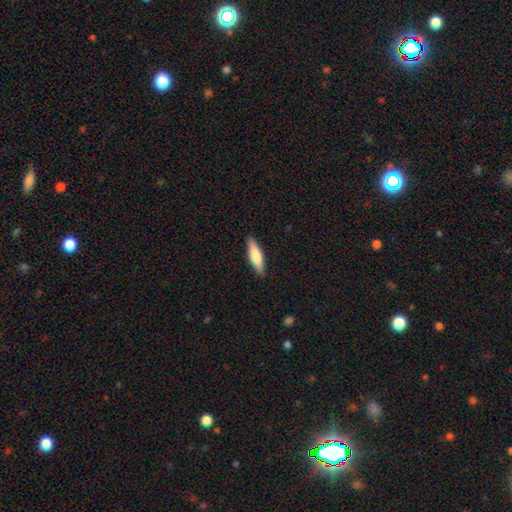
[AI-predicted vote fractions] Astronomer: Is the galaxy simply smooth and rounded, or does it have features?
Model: smooth — 67%.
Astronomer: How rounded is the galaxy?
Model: cigar-shaped — 66%.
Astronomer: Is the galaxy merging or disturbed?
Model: none — 89%.